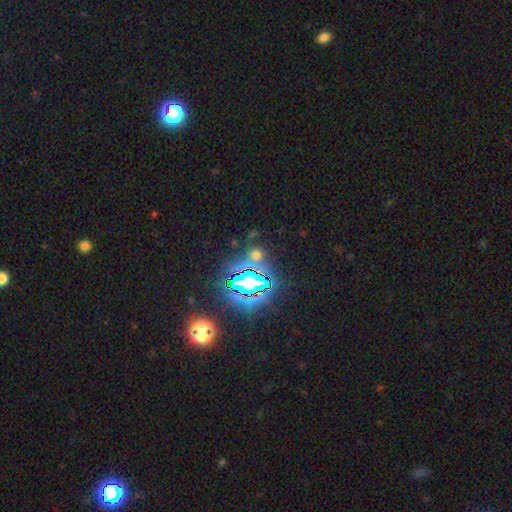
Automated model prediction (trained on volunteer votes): The model was most divided on "smooth or featured": star or artifact: 59%, smooth: 31%, featured or disk: 10%.